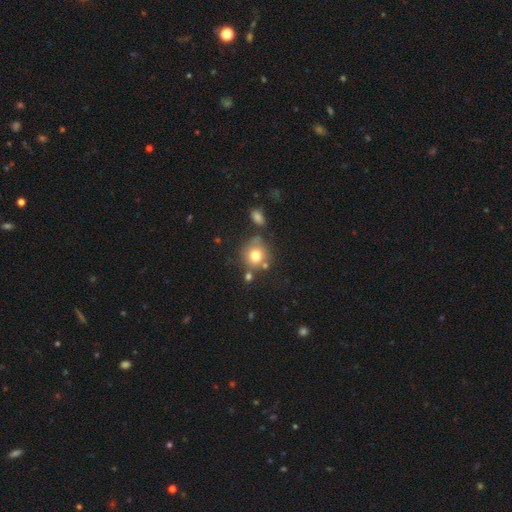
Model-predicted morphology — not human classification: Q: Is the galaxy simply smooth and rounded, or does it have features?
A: smooth — 75%.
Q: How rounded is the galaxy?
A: round — 87%.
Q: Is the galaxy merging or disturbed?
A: none — 66%.